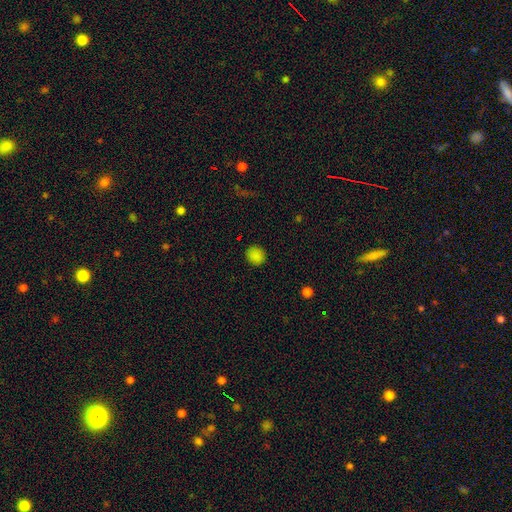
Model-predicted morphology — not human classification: type=smooth (85%); roundness=round (85%); merging=none (89%).